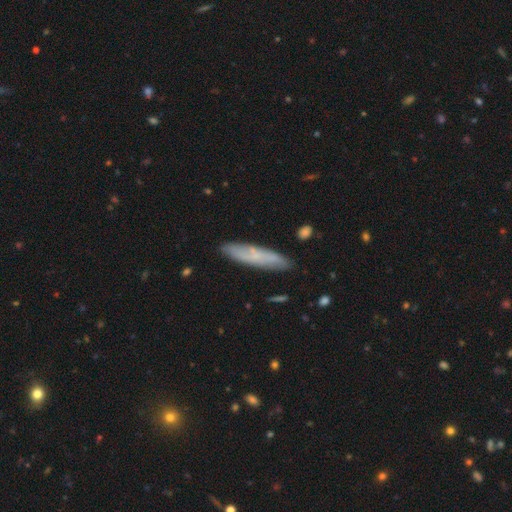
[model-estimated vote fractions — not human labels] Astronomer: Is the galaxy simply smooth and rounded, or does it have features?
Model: smooth — 57% (runner-up: featured or disk, 35%).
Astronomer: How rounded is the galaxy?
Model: cigar-shaped — 84%.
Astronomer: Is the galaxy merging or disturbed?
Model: none — 85%.